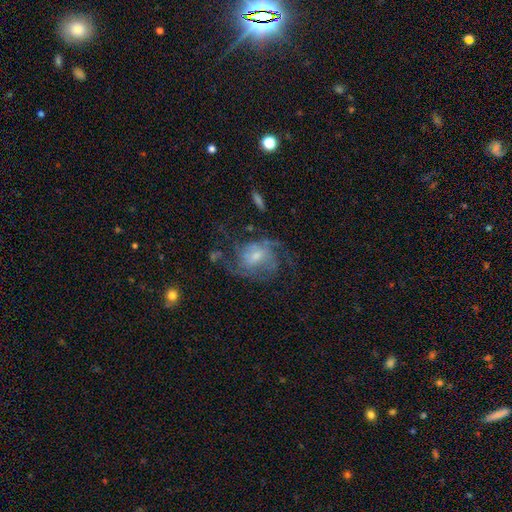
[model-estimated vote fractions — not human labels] This appears to be a featured or disk galaxy (75%) with no bar (50%), medium (46%) spiral arms (86%) and a moderate central bulge (43%). Merging: none (49%).